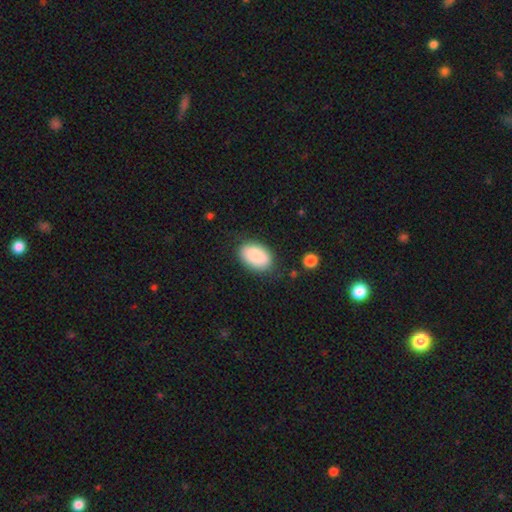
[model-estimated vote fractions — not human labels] This is clearly a smooth galaxy (86%). How rounded: clearly in between (90%). Merging: clearly none (80%).